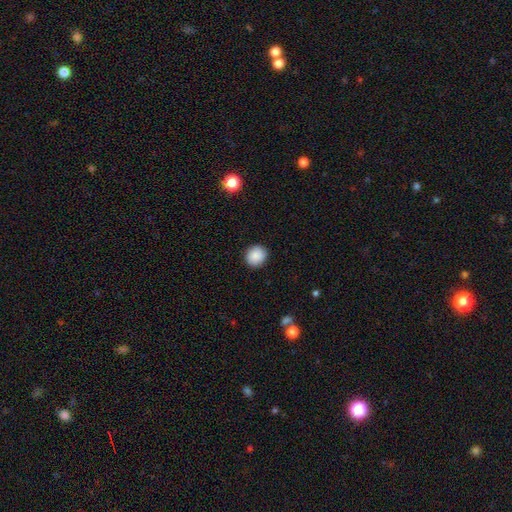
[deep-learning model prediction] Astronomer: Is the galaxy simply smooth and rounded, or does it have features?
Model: smooth — 89%.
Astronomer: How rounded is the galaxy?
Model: round — 85%.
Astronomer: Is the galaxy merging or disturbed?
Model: none — 91%.